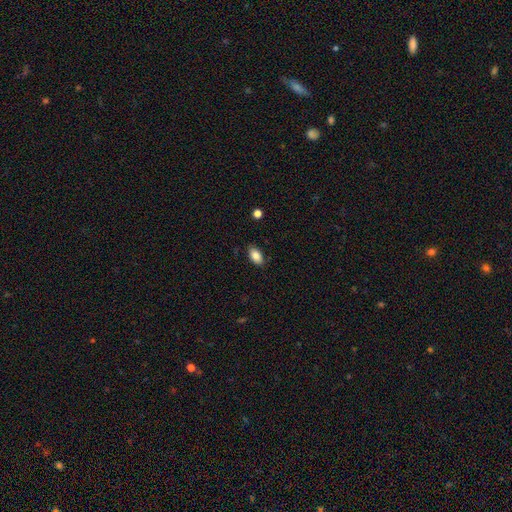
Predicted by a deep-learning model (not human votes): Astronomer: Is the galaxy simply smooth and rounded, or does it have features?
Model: smooth — 86%.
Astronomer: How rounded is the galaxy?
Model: in between — 92%.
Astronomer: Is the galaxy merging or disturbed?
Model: none — 86%.